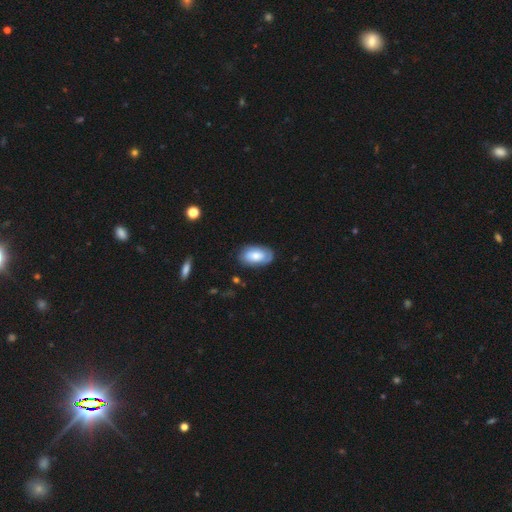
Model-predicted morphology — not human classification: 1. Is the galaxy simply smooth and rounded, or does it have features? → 56% smooth, 38% featured or disk, 7% star or artifact.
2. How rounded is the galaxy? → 93% in between, 5% round, 2% cigar-shaped.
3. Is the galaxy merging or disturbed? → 77% none, 17% minor disturbance, 5% major disturbance, 1% merger.